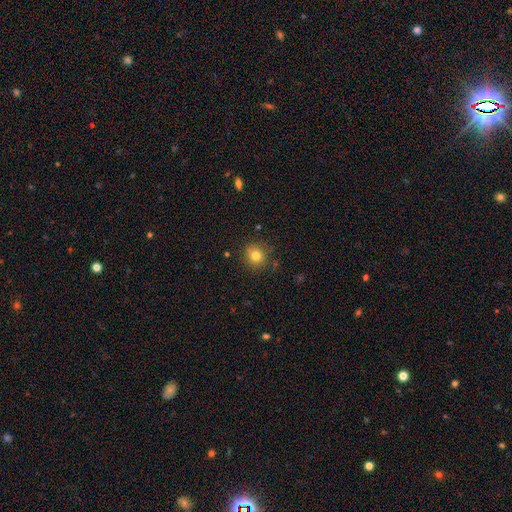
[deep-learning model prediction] The model was most divided on "smooth or featured": smooth: 79%, star or artifact: 13%, featured or disk: 8%. More confident: how rounded — round (88%); merging — none (86%).